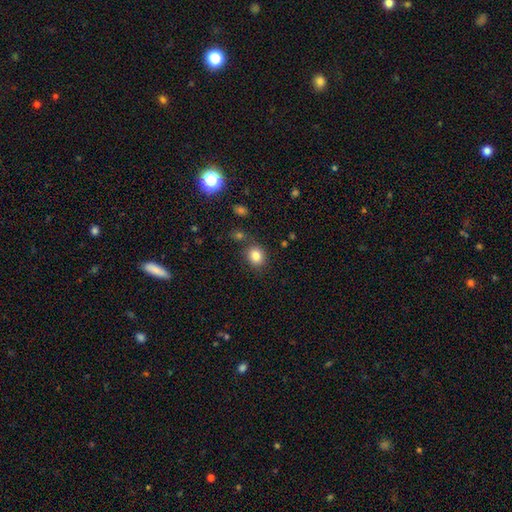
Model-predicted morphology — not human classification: Overall: smooth (83%). How rounded: round (74%). Merging: none (79%).